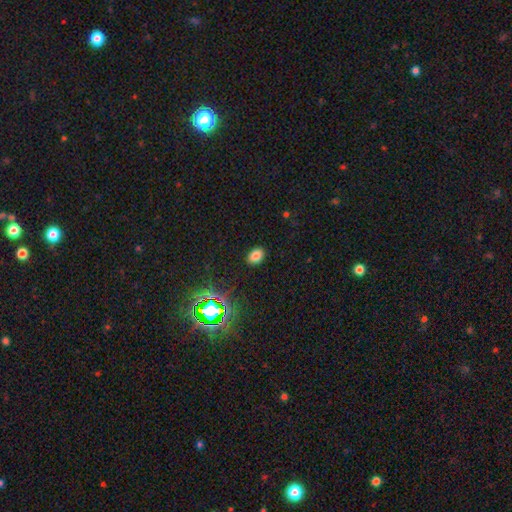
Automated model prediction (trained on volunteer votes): Smooth or featured? smooth (78%)
How rounded? in between (75%)
Merging? none (89%)